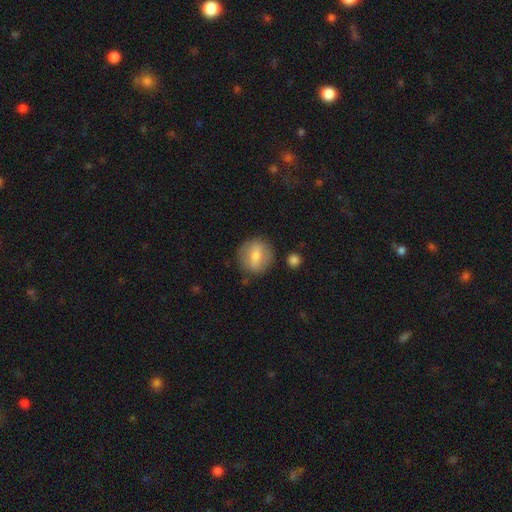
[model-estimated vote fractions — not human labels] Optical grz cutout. It shows a smooth galaxy with no disk features (63%) that is round (81%). Merging: none (82%).